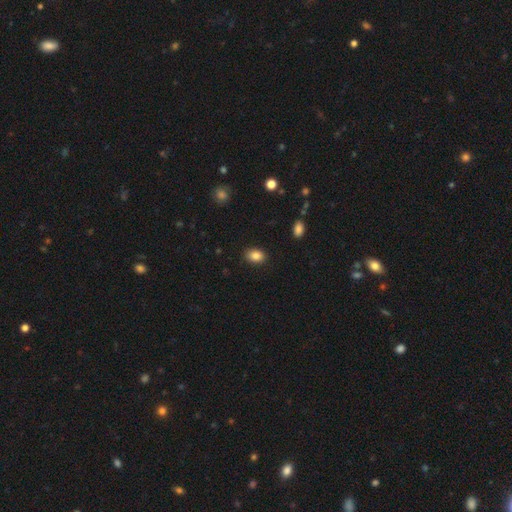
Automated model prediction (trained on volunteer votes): Smooth or featured? smooth (87%)
How rounded? in between (79%)
Merging? none (88%)